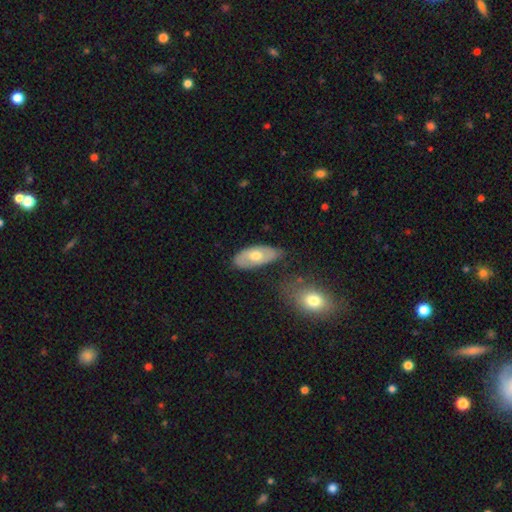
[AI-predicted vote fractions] Morphology: type=smooth (53%); roundness=in between (90%); merging=none (66%).